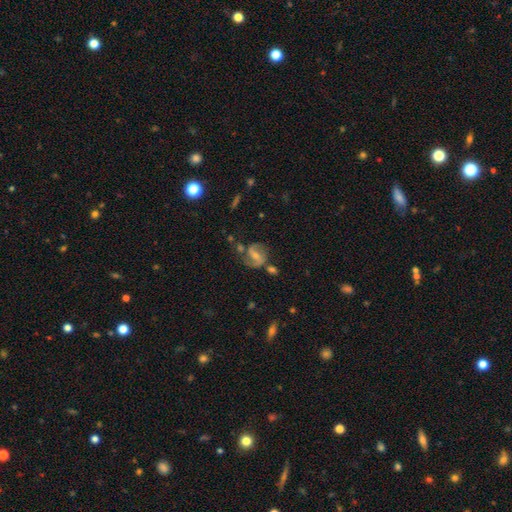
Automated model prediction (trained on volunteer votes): Smooth or featured?
  - featured or disk: 79% *
  - smooth: 13%
  - star or artifact: 8%
Edge-on disk?
  - no: 97% *
  - yes: 3%
Bar?
  - weak: 43% *
  - strong: 37%
  - no: 20%
Spiral arms?
  - yes: 93% *
  - no: 7%
Spiral winding?
  - medium: 51% *
  - loose: 32%
  - tight: 17%
Spiral arm count?
  - 2: 88% *
  - can't tell: 4%
  - 1: 4%
  - 3: 1%
  - 4: 1%
  - more than 4: 1%
Bulge size?
  - moderate: 47% *
  - small: 46%
  - none: 4%
  - large: 3%
  - dominant: 1%
Merging?
  - none: 63% *
  - minor disturbance: 18%
  - merger: 10%
  - major disturbance: 9%